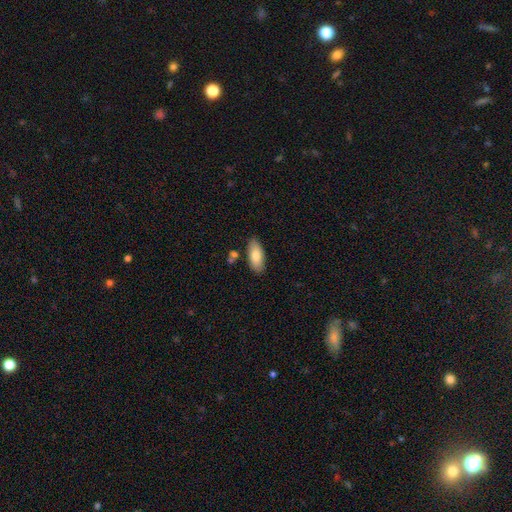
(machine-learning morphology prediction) This is likely a smooth galaxy (78%). How rounded: clearly in between (86%). Merging: clearly none (82%).